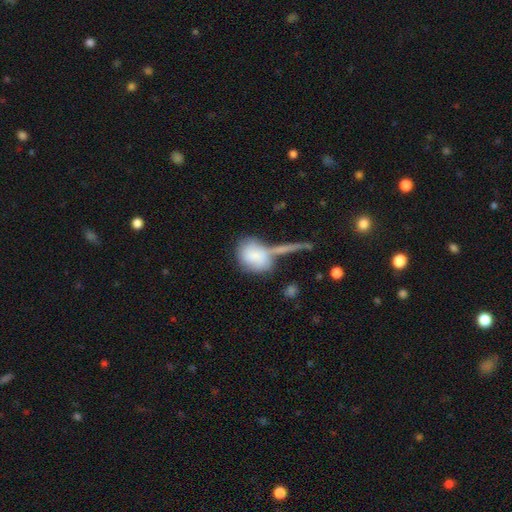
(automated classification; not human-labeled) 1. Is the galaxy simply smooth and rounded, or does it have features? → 71% smooth, 22% featured or disk, 7% star or artifact.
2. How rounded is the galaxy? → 49% round, 48% in between, 3% cigar-shaped.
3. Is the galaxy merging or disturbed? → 37% merger, 35% none, 16% minor disturbance, 12% major disturbance.